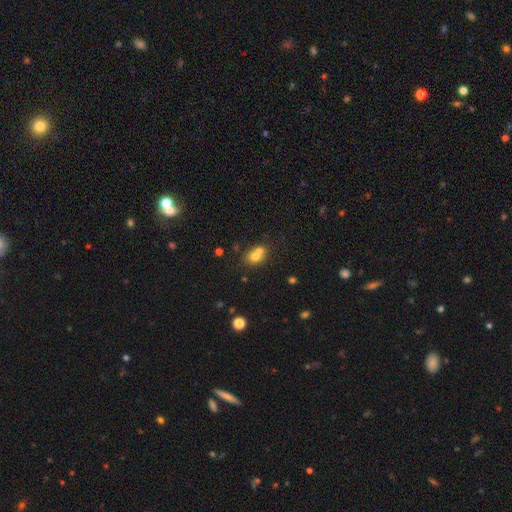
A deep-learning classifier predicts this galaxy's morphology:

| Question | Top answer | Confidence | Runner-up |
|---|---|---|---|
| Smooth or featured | smooth | 70% | featured or disk (17%) |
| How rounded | round | 62% | in between (37%) |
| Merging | merger | 58% | none (32%) |